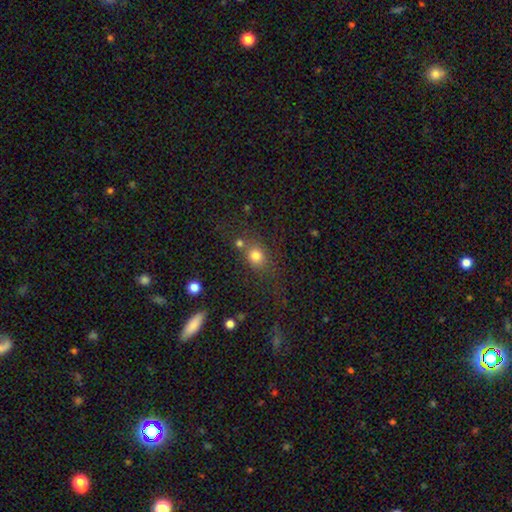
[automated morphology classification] This appears to be a smooth galaxy with no disk features (77%) that is round (70%). Merging: none (65%).